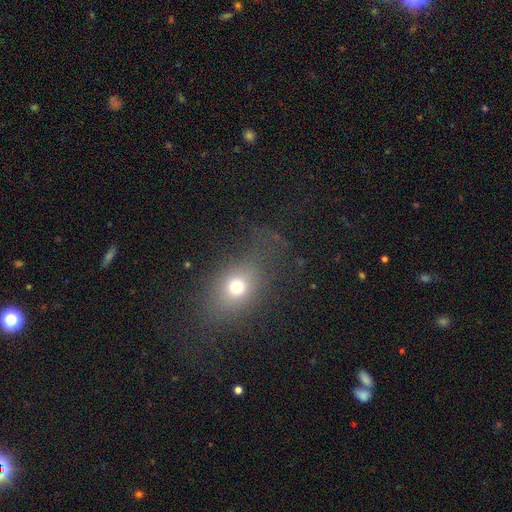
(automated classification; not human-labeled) smooth 61%, star or artifact 23%, featured or disk 17%. Down the decision tree: how rounded — in between (66%); merging — none (76%).